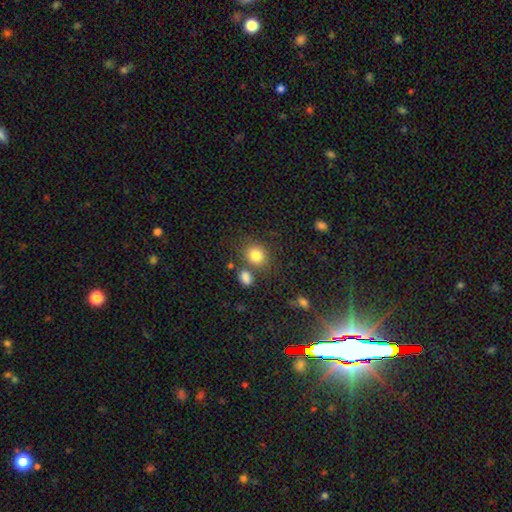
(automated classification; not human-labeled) Smooth or featured?
  - smooth: 81% *
  - star or artifact: 12%
  - featured or disk: 7%
How rounded?
  - round: 73% *
  - in between: 26%
  - cigar-shaped: 1%
Merging?
  - none: 67% *
  - merger: 16%
  - minor disturbance: 12%
  - major disturbance: 5%